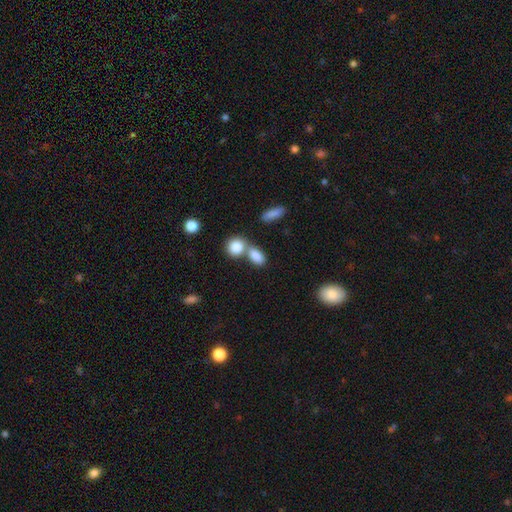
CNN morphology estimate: This is clearly a smooth galaxy (84%). How rounded: likely in between (74%). Merging: marginally none (44%).